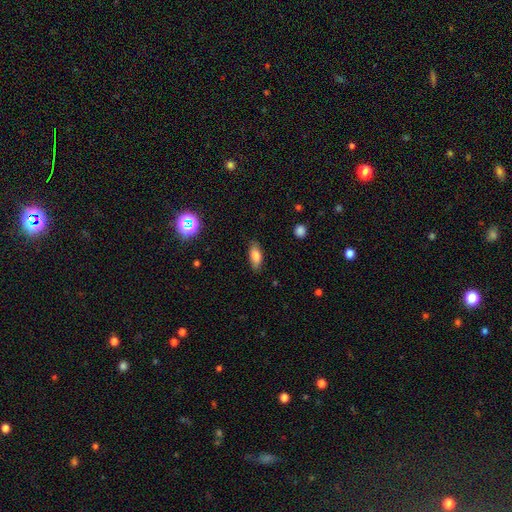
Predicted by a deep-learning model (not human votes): smooth 78%, featured or disk 13%, star or artifact 9%. Down the decision tree: how rounded — in between (79%); merging — none (84%).